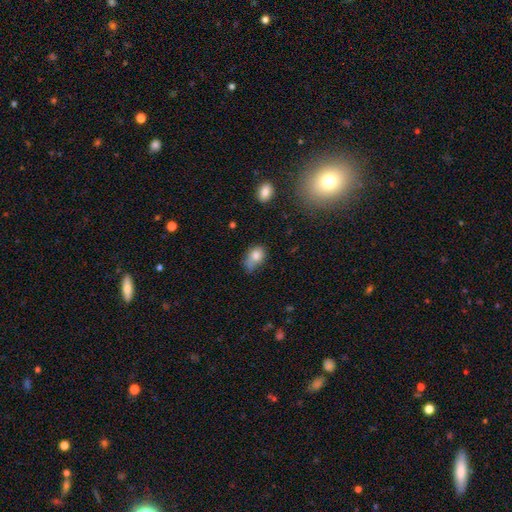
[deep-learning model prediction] Smooth or featured? Predicted: smooth (p=0.78). How rounded? Predicted: in between (p=0.73). Merging? Predicted: minor disturbance (p=0.40).